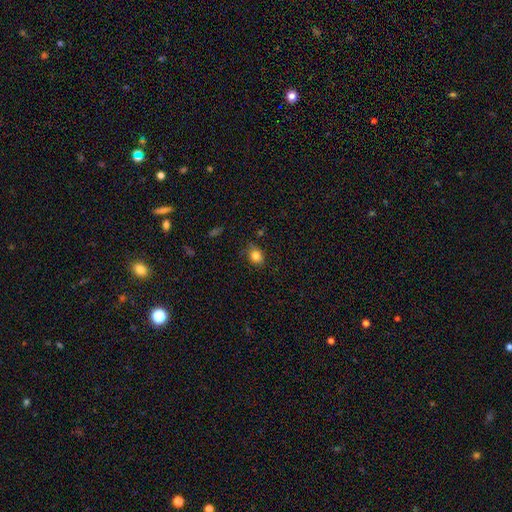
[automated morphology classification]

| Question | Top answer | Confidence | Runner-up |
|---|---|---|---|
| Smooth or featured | smooth | 82% | star or artifact (11%) |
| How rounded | in between | 55% | round (44%) |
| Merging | none | 74% | minor disturbance (20%) |